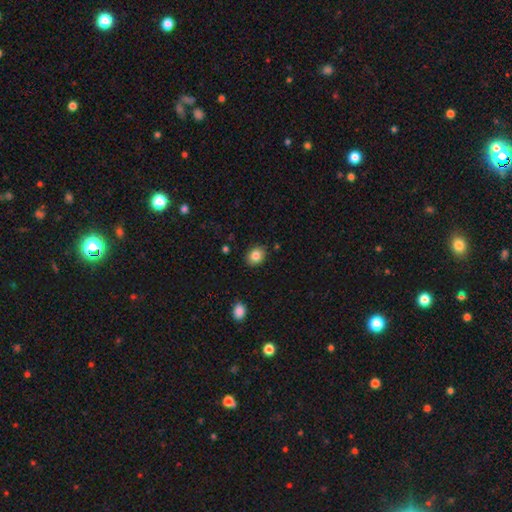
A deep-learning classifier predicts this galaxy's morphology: smooth-or-featured: smooth: 84% | star or artifact: 9% | featured or disk: 7%
  how-rounded: in between: 54% | round: 46% | cigar-shaped: 1%
  merging: none: 87% | minor disturbance: 10% | major disturbance: 2% | merger: 2%